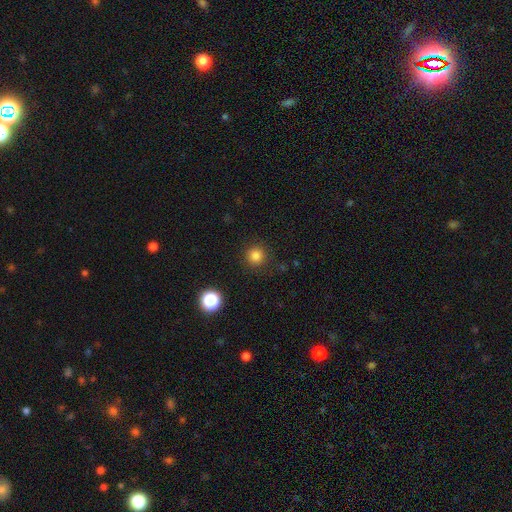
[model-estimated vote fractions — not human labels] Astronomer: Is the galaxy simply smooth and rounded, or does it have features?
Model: smooth — 82%.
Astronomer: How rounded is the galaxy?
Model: round — 95%.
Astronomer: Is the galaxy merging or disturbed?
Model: none — 90%.